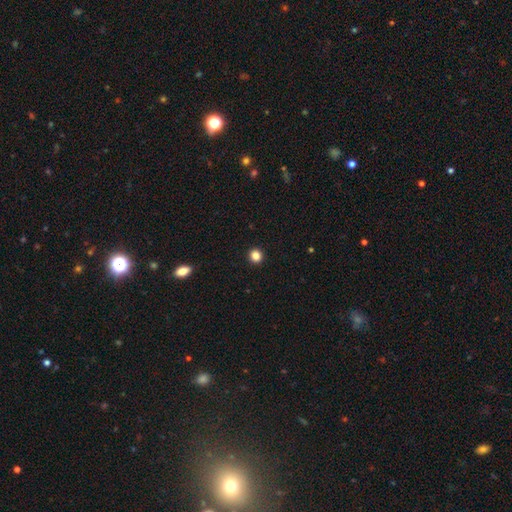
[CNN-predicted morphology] smooth_or_featured: smooth (p=0.85) [alt: star or artifact p=0.12]
how_rounded: round (p=0.90) [alt: in between p=0.09]
merging: none (p=0.94) [alt: minor disturbance p=0.04]